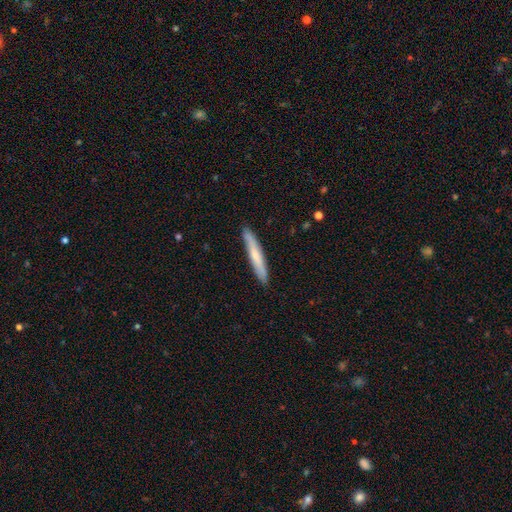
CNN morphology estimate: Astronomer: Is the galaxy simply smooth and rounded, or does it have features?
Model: smooth — 64%.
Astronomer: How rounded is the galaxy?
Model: cigar-shaped — 95%.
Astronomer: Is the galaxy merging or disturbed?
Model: none — 89%.